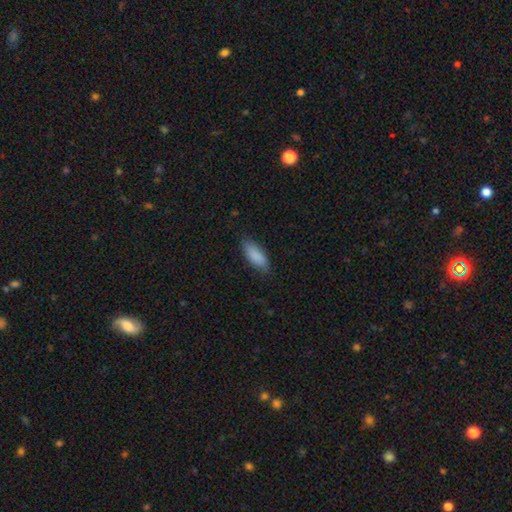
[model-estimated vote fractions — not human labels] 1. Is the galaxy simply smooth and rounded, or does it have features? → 88% smooth, 6% featured or disk, 6% star or artifact.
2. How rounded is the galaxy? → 77% in between, 21% cigar-shaped, 2% round.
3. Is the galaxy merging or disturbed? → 80% none, 16% minor disturbance, 3% major disturbance, 1% merger.